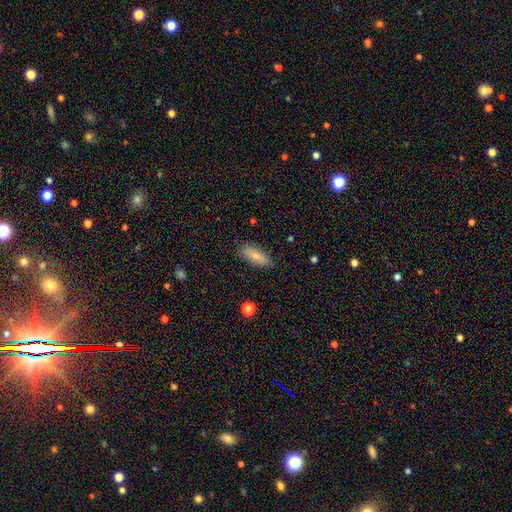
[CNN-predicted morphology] type=smooth (72%); roundness=in between (75%); merging=none (81%).